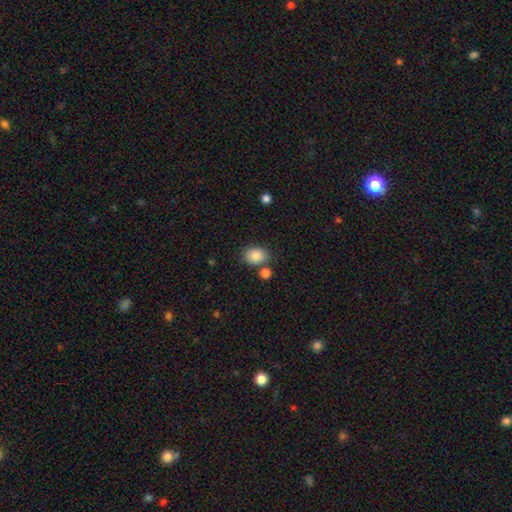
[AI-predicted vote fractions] Q: Smooth or featured?
A: smooth (85%); runner-up: star or artifact (9%)
Q: How rounded?
A: in between (61%); runner-up: round (38%)
Q: Merging?
A: none (75%); runner-up: minor disturbance (12%)